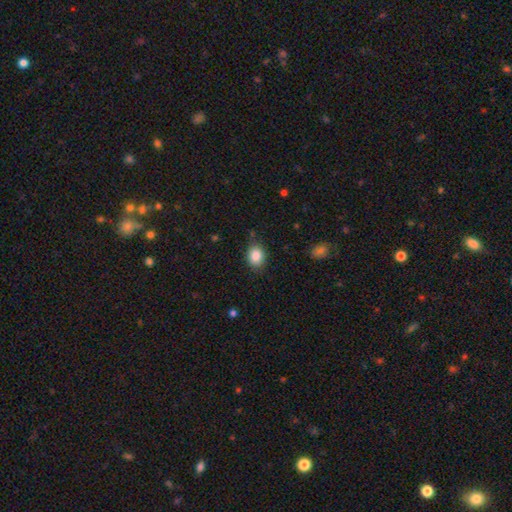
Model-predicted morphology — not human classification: This is clearly a smooth galaxy (87%). How rounded: possibly in between (55%). Merging: clearly none (81%).